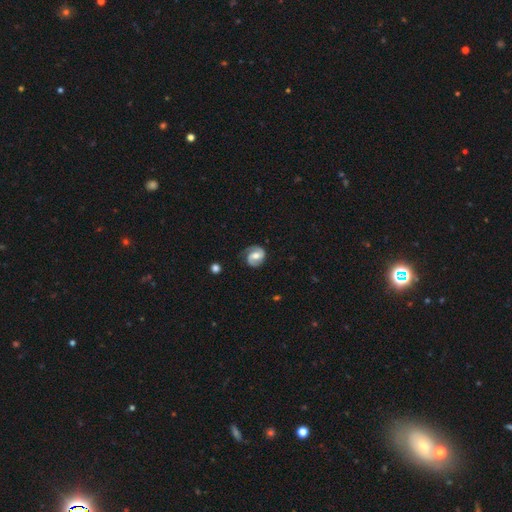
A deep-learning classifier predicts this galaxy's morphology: The model was most divided on "bar": weak: 43%, no: 42%, strong: 15%. Remaining: edge-on disk — no (98%); spiral arms — yes (95%); spiral arm count — 2 (84%); smooth or featured — featured or disk (78%); merging — none (76%); bulge size — moderate (68%); spiral winding — medium (45%).